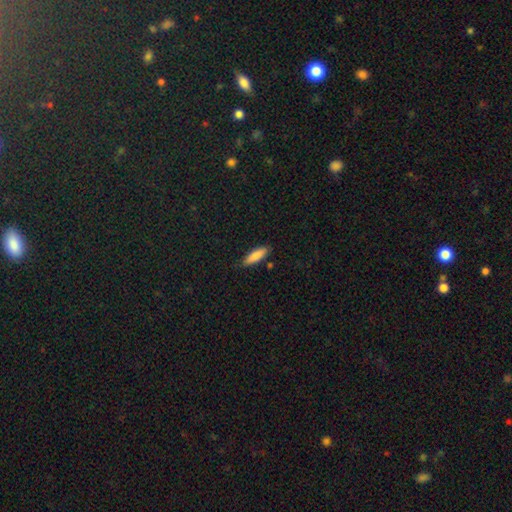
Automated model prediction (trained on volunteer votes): Morphology: type=smooth (86%); roundness=cigar-shaped (52%); merging=none (82%).